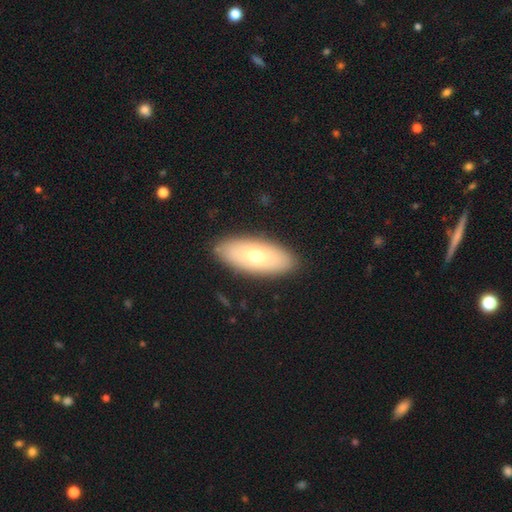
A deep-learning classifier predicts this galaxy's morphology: Smooth or featured? smooth (65%)
How rounded? in between (82%)
Merging? none (89%)